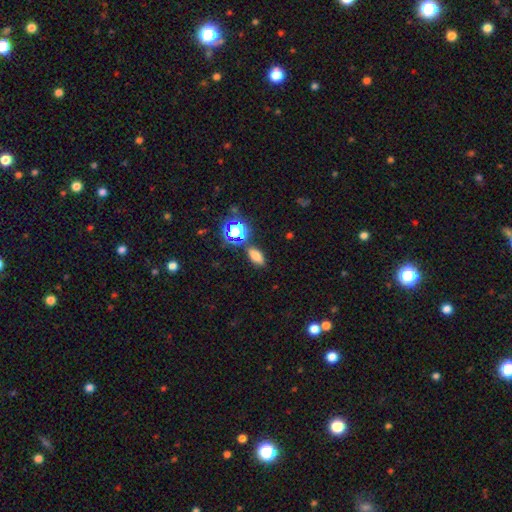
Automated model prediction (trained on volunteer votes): A smooth galaxy with no disk features (70%) that is in between round and cigar-shaped (81%). Merging: none (80%).